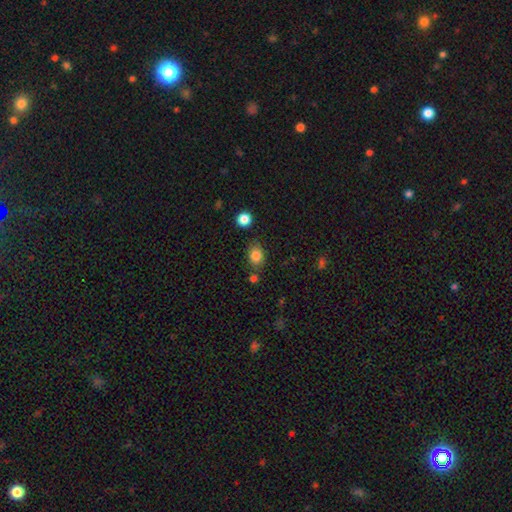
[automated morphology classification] smooth 83%, star or artifact 10%, featured or disk 6%. Down the decision tree: how rounded — in between (53%); merging — none (76%).